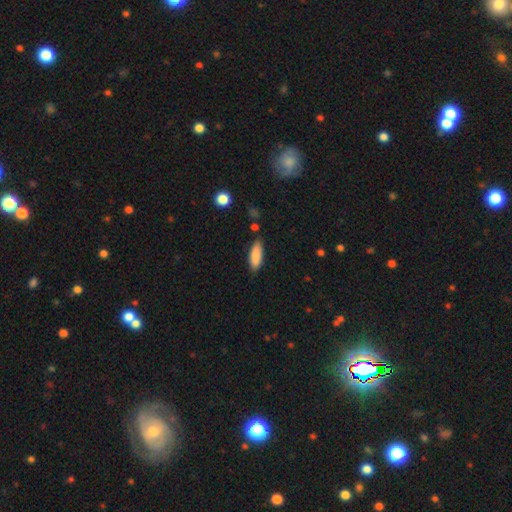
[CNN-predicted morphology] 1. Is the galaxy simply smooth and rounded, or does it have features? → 87% smooth, 7% featured or disk, 6% star or artifact.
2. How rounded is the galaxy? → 64% in between, 34% cigar-shaped, 2% round.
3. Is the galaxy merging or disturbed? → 81% none, 13% minor disturbance, 3% merger, 2% major disturbance.